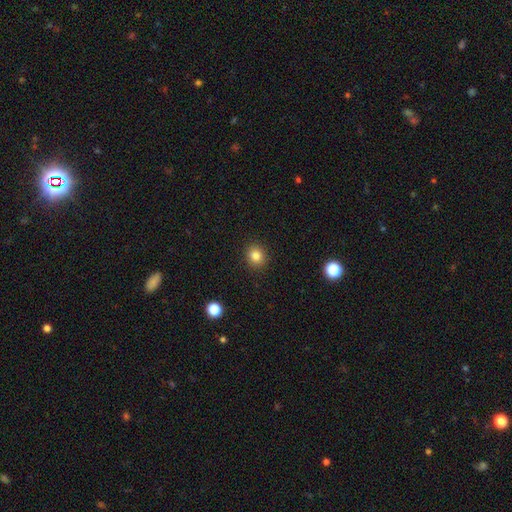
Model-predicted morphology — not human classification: A smooth galaxy with no disk features (84%) that is round (82%). Merging: none (91%).